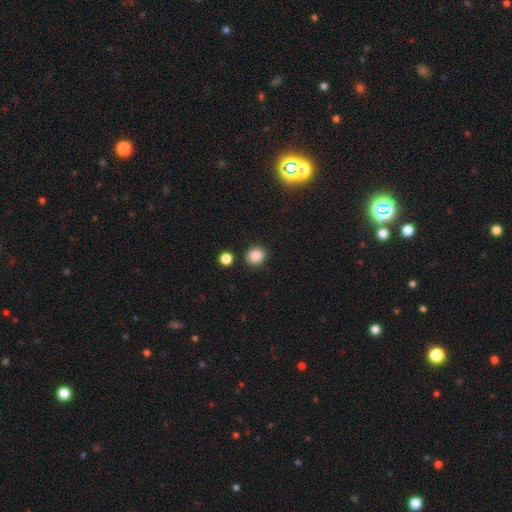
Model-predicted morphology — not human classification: smooth-or-featured: smooth: 87% | star or artifact: 10% | featured or disk: 3%
  how-rounded: round: 78% | in between: 21% | cigar-shaped: 1%
  merging: none: 87% | minor disturbance: 7% | merger: 3% | major disturbance: 2%